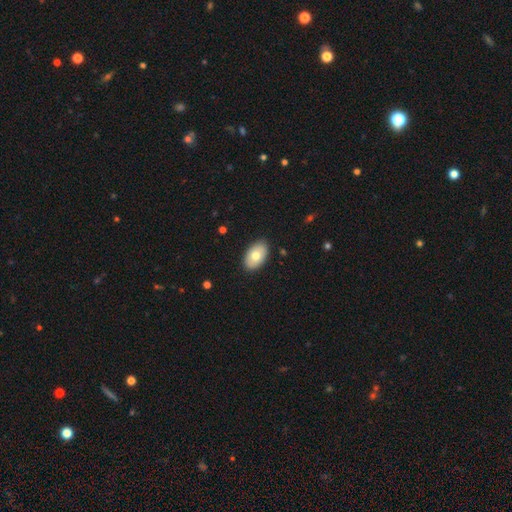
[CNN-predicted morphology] Overall: smooth (74%). How rounded: in between (93%). Merging: none (88%).